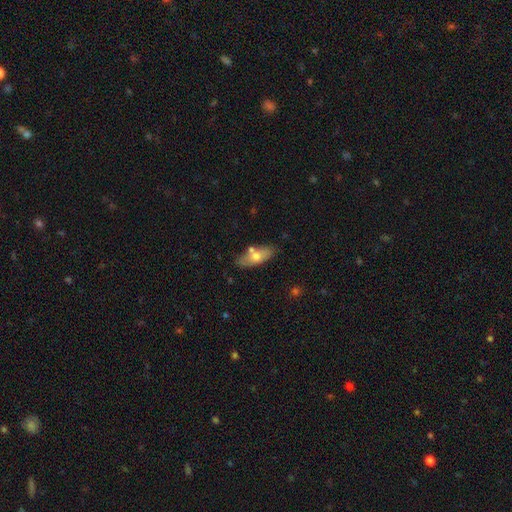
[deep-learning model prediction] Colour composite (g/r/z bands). It shows a smooth galaxy with no disk features (65%) that is in between round and cigar-shaped (72%). Merging: none (72%).